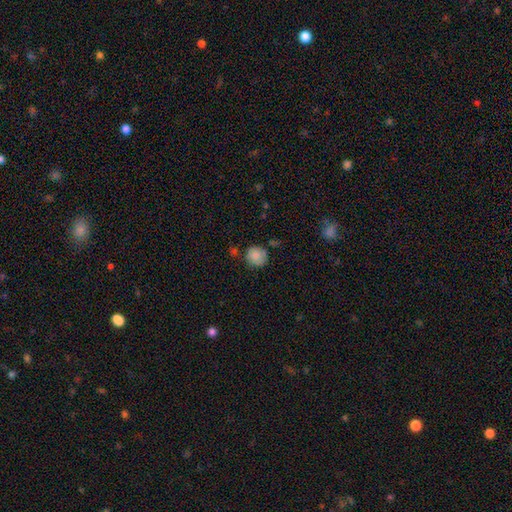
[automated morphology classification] smooth_or_featured: smooth (p=0.84) [alt: star or artifact p=0.09]
how_rounded: round (p=0.86) [alt: in between p=0.13]
merging: none (p=0.68) [alt: minor disturbance p=0.21]